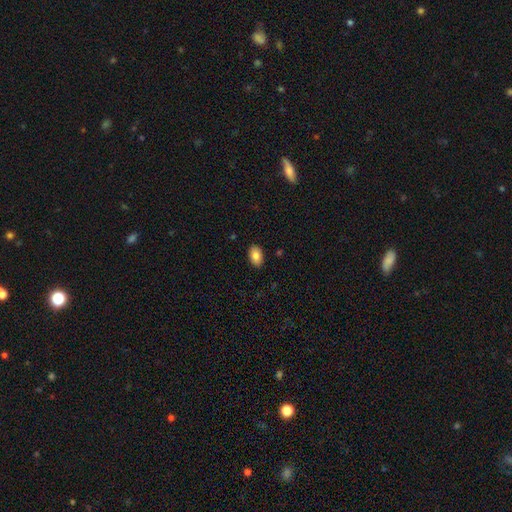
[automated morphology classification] A smooth galaxy with no disk features (85%) that is in between round and cigar-shaped (91%).

Vote fractions:
- Smooth or featured? smooth: 85% / featured or disk: 8% / star or artifact: 7%
- How rounded? in between: 91% / round: 8% / cigar-shaped: 1%
- Merging? none: 88% / minor disturbance: 9% / major disturbance: 2% / merger: 1%